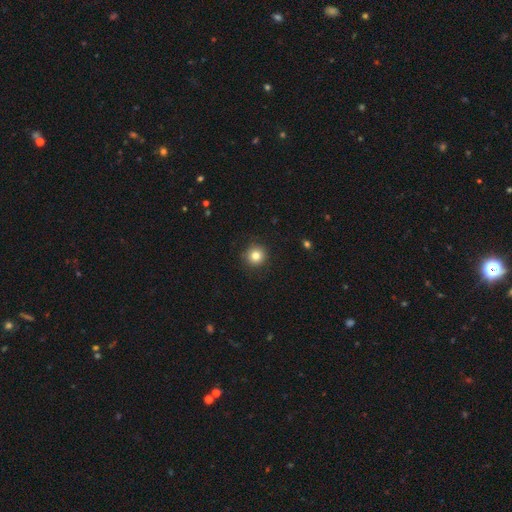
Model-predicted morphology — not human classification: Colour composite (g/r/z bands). It shows a smooth galaxy with no disk features (83%) that is round (94%). Merging: none (91%).